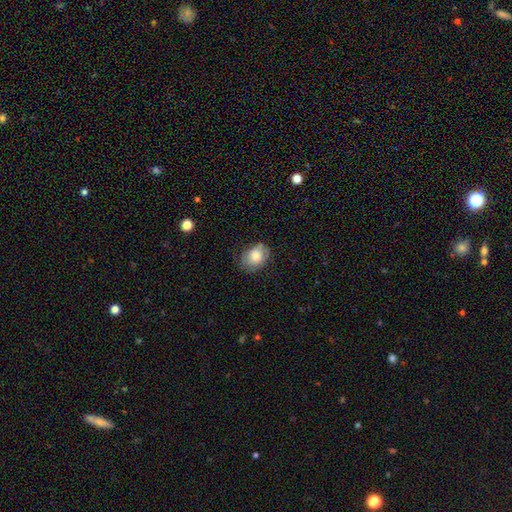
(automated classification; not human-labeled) Smooth or featured? Predicted: smooth (p=0.75). How rounded? Predicted: in between (p=0.65). Merging? Predicted: none (p=0.67).